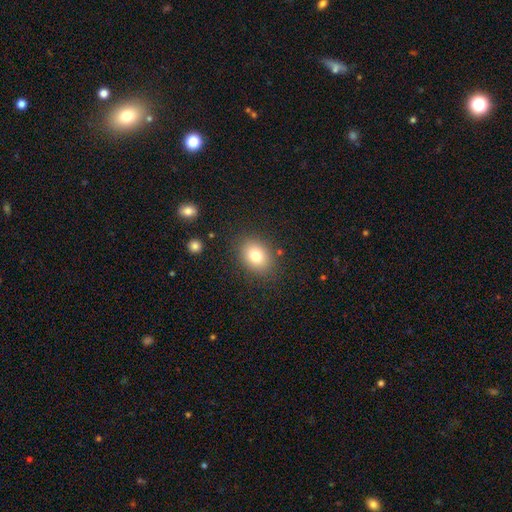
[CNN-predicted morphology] A smooth galaxy with no disk features (79%) that is in between round and cigar-shaped (61%).

Vote fractions:
- Smooth or featured? smooth: 79% / featured or disk: 11% / star or artifact: 10%
- How rounded? in between: 61% / round: 38% / cigar-shaped: 1%
- Merging? none: 84% / minor disturbance: 11% / major disturbance: 4% / merger: 2%